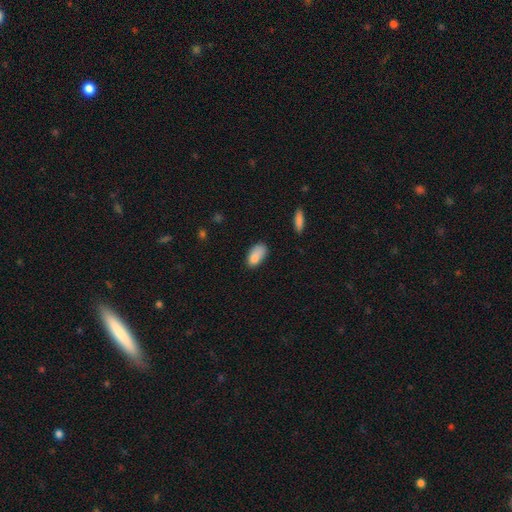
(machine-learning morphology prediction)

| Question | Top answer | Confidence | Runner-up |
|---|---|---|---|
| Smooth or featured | smooth | 84% | star or artifact (8%) |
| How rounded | in between | 92% | round (4%) |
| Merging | none | 59% | minor disturbance (28%) |